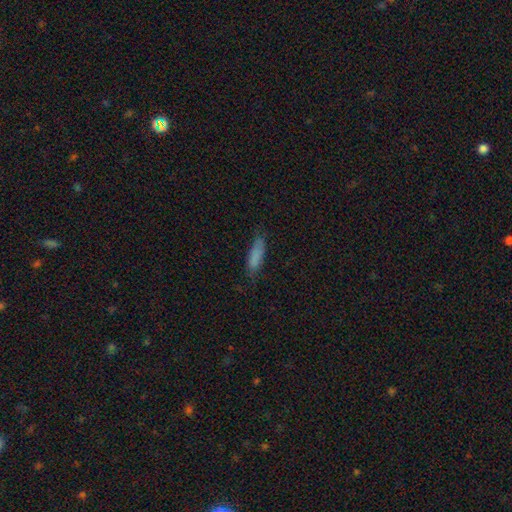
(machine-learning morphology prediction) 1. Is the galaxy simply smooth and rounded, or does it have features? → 81% smooth, 10% featured or disk, 8% star or artifact.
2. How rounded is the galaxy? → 56% cigar-shaped, 42% in between, 2% round.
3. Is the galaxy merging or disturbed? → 69% none, 23% minor disturbance, 6% major disturbance, 2% merger.